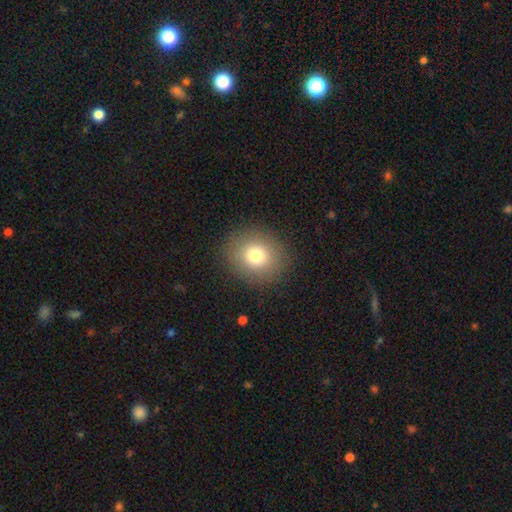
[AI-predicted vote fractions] Overall: smooth (77%). How rounded: round (81%). Merging: none (89%).